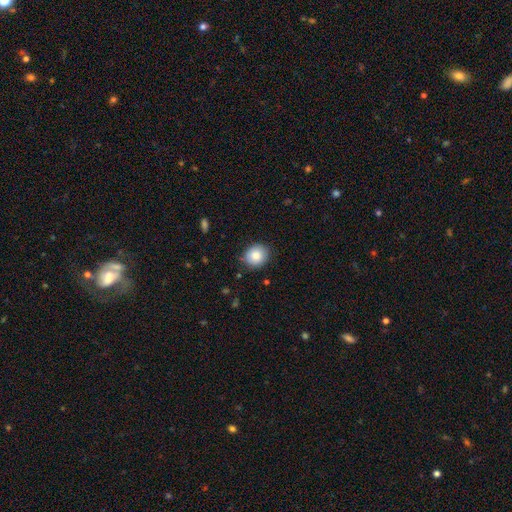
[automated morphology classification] This is clearly a smooth galaxy (83%). How rounded: likely round (79%). Merging: clearly none (84%).